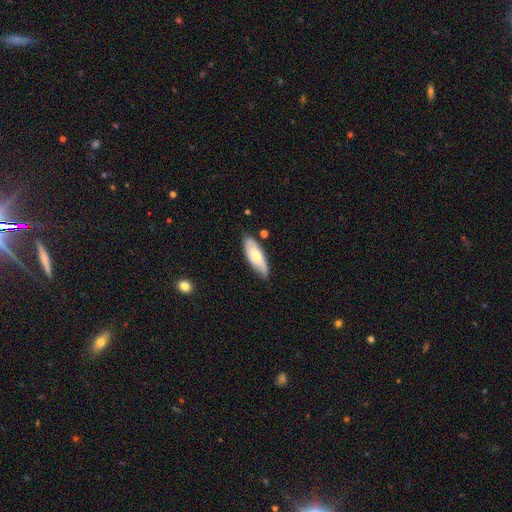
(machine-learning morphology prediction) Smooth or featured?
  - smooth: 54% *
  - featured or disk: 40%
  - star or artifact: 6%
How rounded?
  - in between: 73% *
  - cigar-shaped: 25%
  - round: 2%
Merging?
  - none: 76% *
  - minor disturbance: 19%
  - major disturbance: 3%
  - merger: 3%